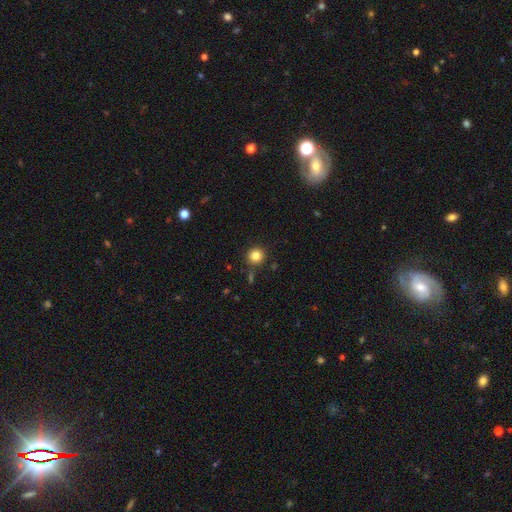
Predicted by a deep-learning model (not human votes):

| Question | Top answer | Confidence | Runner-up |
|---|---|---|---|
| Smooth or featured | smooth | 83% | star or artifact (12%) |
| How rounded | round | 93% | in between (6%) |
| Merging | none | 87% | minor disturbance (7%) |